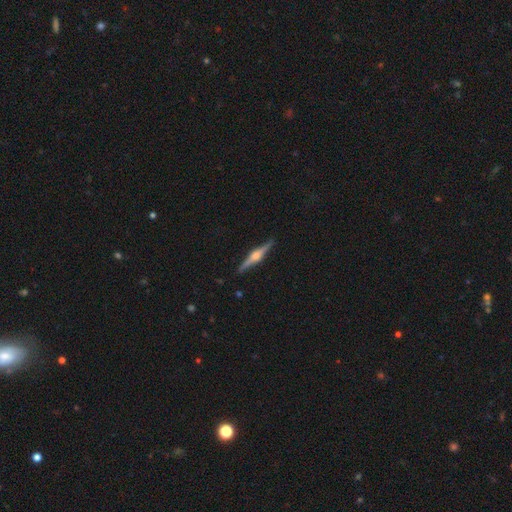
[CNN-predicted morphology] Smooth or featured? featured or disk (81%)
Edge-on disk? yes (98%)
Edge-on bulge? rounded (91%)
Merging? none (91%)